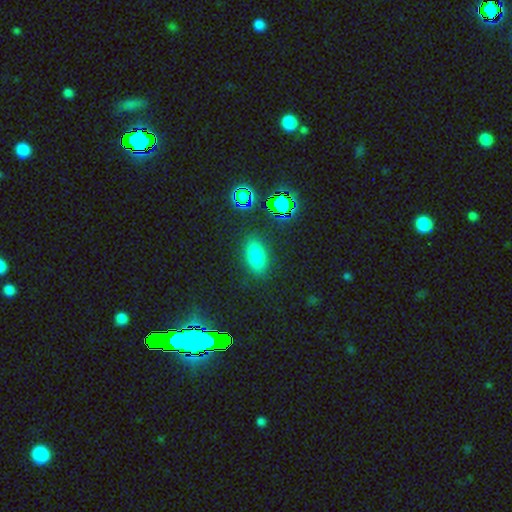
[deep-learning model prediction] Smooth or featured?
  - smooth: 71% *
  - star or artifact: 20%
  - featured or disk: 9%
How rounded?
  - in between: 85% *
  - round: 8%
  - cigar-shaped: 7%
Merging?
  - none: 86% *
  - minor disturbance: 9%
  - major disturbance: 3%
  - merger: 2%